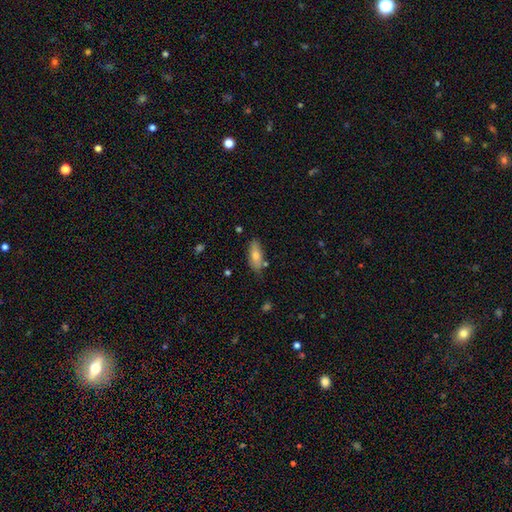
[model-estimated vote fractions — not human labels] A smooth galaxy with no disk features (66%) that is in between round and cigar-shaped (65%).

Vote fractions:
- Smooth or featured? smooth: 66% / featured or disk: 26% / star or artifact: 8%
- How rounded? in between: 65% / cigar-shaped: 31% / round: 3%
- Merging? none: 80% / minor disturbance: 14% / merger: 3% / major disturbance: 3%